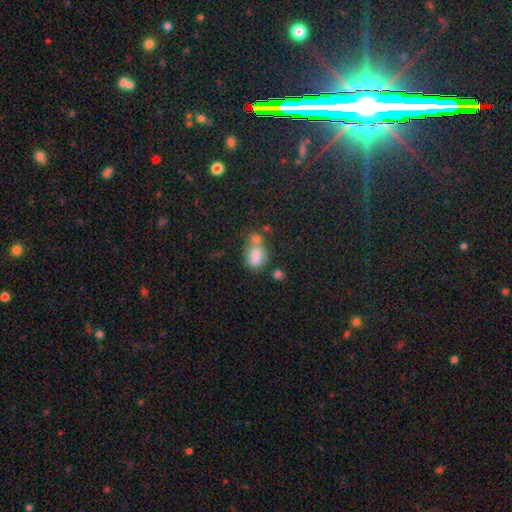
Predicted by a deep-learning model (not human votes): Smooth or featured: smooth — 74% (featured or disk — 15%)
How rounded: in between — 78% (round — 19%)
Merging: merger — 39% (none — 34%)